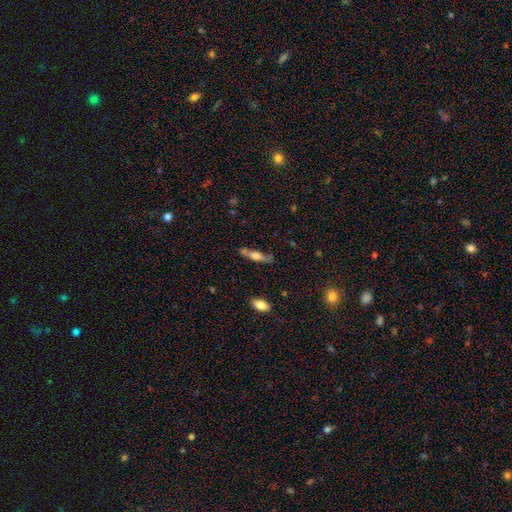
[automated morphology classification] smooth-or-featured: smooth: 54% | featured or disk: 39% | star or artifact: 7%
  how-rounded: cigar-shaped: 71% | in between: 26% | round: 2%
  merging: none: 67% | minor disturbance: 21% | merger: 7% | major disturbance: 5%